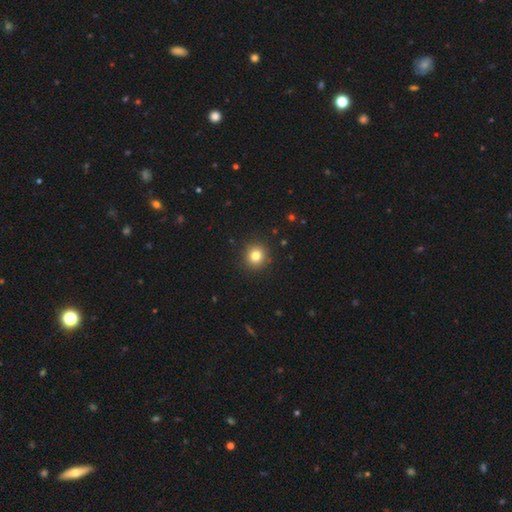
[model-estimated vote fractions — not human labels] smooth 81%, star or artifact 12%, featured or disk 7%. Down the decision tree: how rounded — round (91%); merging — none (92%).